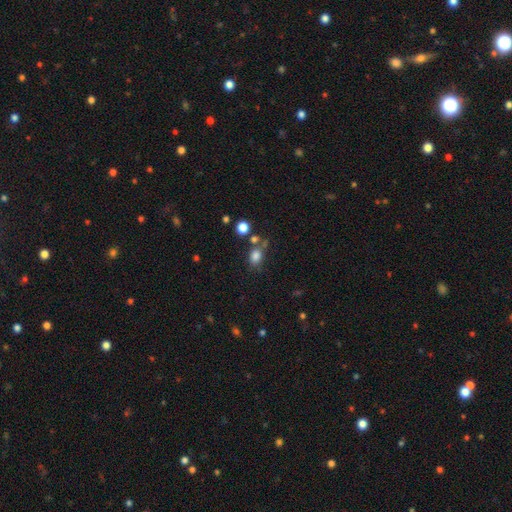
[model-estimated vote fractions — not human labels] Smooth or featured?
  - smooth: 81% *
  - star or artifact: 13%
  - featured or disk: 6%
How rounded?
  - in between: 54% *
  - round: 45%
  - cigar-shaped: 1%
Merging?
  - none: 62% *
  - minor disturbance: 16%
  - merger: 16%
  - major disturbance: 6%